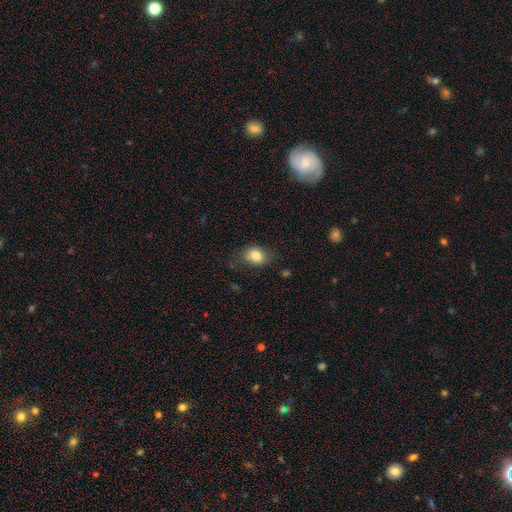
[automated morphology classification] Smooth or featured: smooth — 83% (star or artifact — 9%)
How rounded: in between — 67% (round — 32%)
Merging: none — 72% (minor disturbance — 20%)